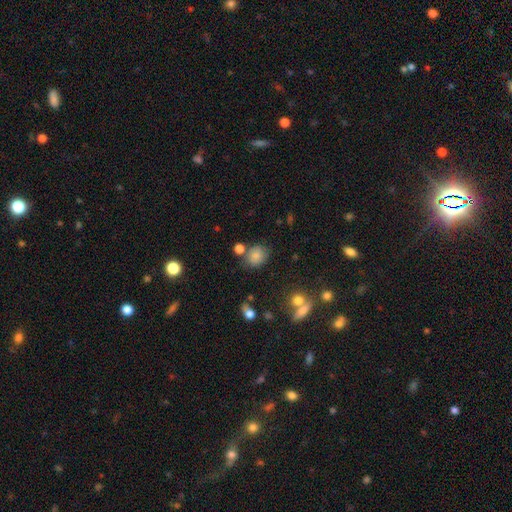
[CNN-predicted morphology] Q: Smooth or featured?
A: smooth (79%); runner-up: star or artifact (12%)
Q: How rounded?
A: round (65%); runner-up: in between (34%)
Q: Merging?
A: none (70%); runner-up: minor disturbance (15%)